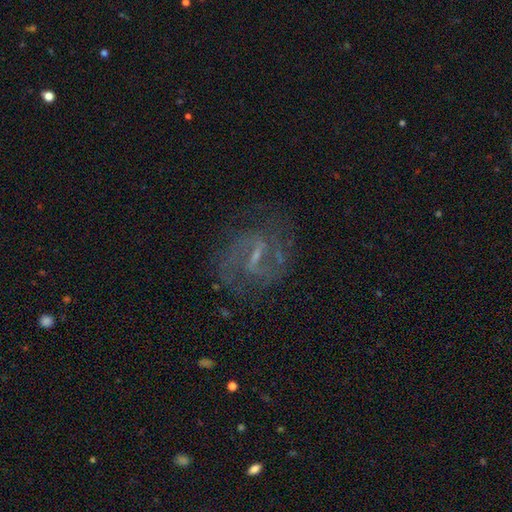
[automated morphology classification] Smooth or featured: featured or disk — 83% (star or artifact — 10%)
Edge-on disk: no — 97% (yes — 3%)
Bar: weak — 51% (strong — 37%)
Spiral arms: yes — 94% (no — 6%)
Spiral winding: medium — 55% (loose — 24%)
Spiral arm count: 2 — 86% (can't tell — 7%)
Bulge size: small — 55% (none — 26%)
Merging: none — 77% (minor disturbance — 13%)